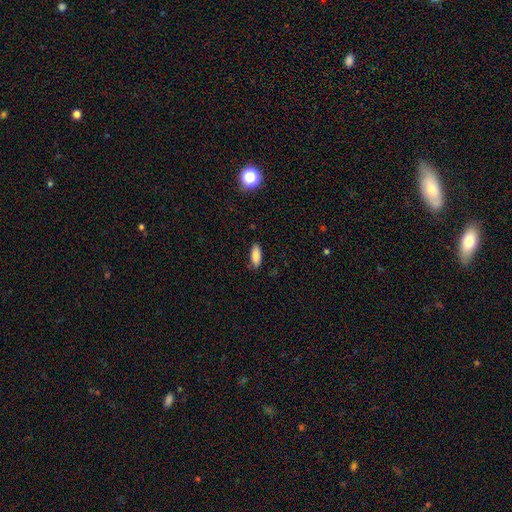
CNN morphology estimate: Q: Smooth or featured?
A: smooth (85%); runner-up: star or artifact (8%)
Q: How rounded?
A: in between (77%); runner-up: cigar-shaped (21%)
Q: Merging?
A: none (82%); runner-up: minor disturbance (14%)